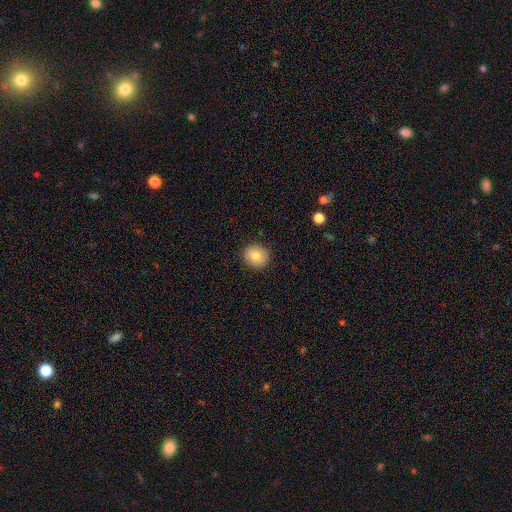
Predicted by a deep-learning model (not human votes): Q: Smooth or featured?
A: smooth (82%); runner-up: featured or disk (10%)
Q: How rounded?
A: round (85%); runner-up: in between (14%)
Q: Merging?
A: none (89%); runner-up: minor disturbance (8%)